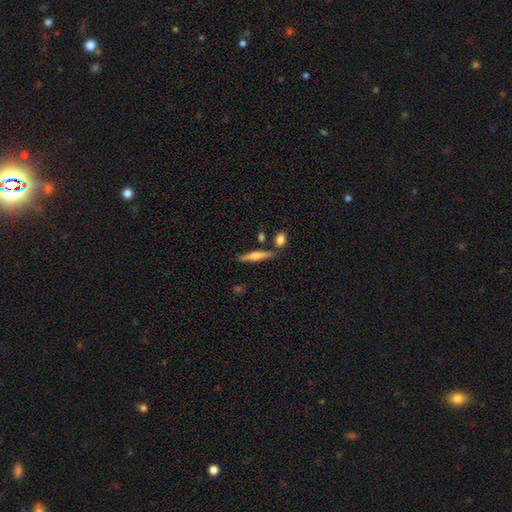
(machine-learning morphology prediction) A featured or disk galaxy (54%) viewed edge-on (96%) with a rounded central bulge (80%). Merging: none (80%).